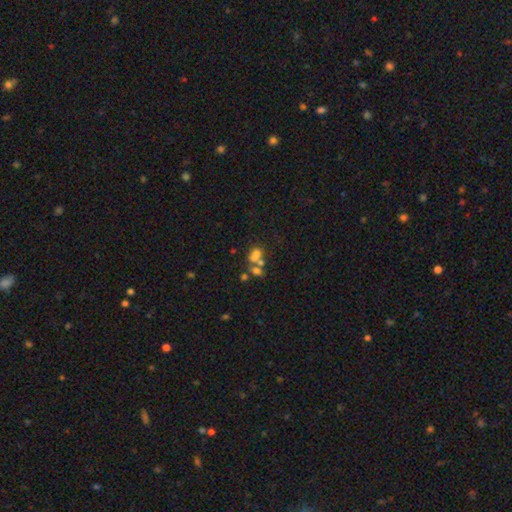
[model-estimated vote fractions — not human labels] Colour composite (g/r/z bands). It shows a smooth galaxy with no disk features (61%) that is in between round and cigar-shaped (71%). Merging: merger (52%).